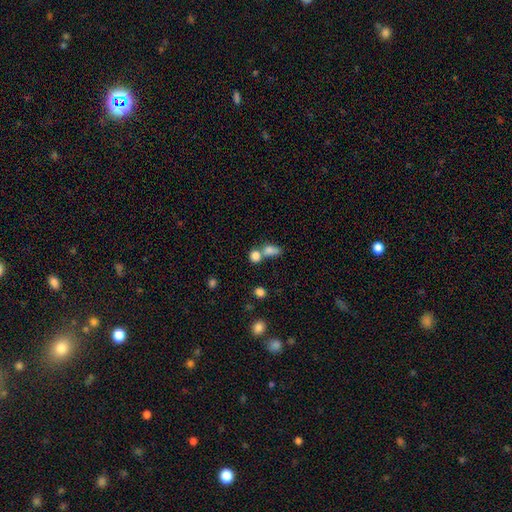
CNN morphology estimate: This is clearly a smooth galaxy (81%). How rounded: likely round (63%). Merging: possibly merger (49%).